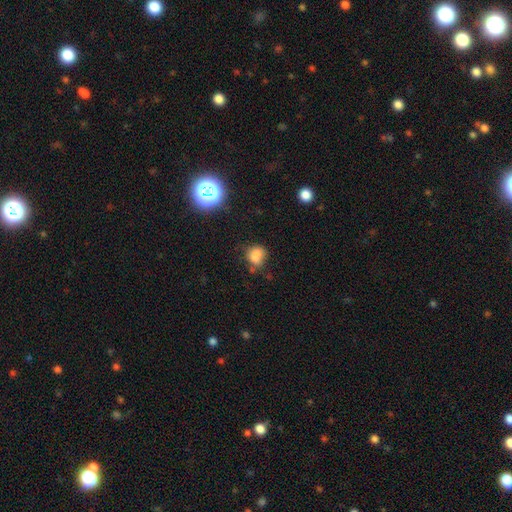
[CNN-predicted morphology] Smooth or featured? smooth (76%)
How rounded? round (61%)
Merging? none (52%)